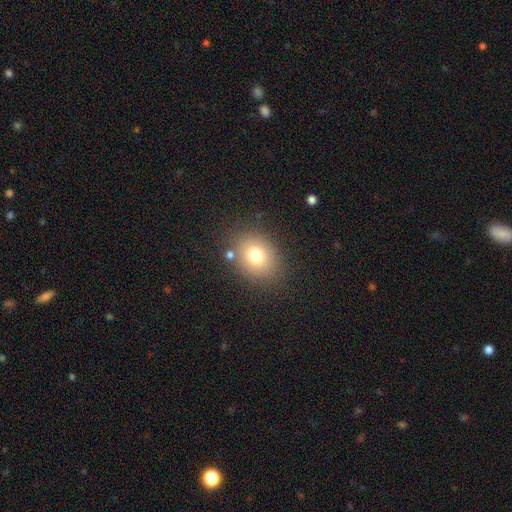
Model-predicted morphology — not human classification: A smooth galaxy with no disk features (74%) that is round (54%).

Vote fractions:
- Smooth or featured? smooth: 74% / star or artifact: 14% / featured or disk: 12%
- How rounded? round: 54% / in between: 45% / cigar-shaped: 1%
- Merging? none: 80% / minor disturbance: 11% / merger: 5% / major disturbance: 4%